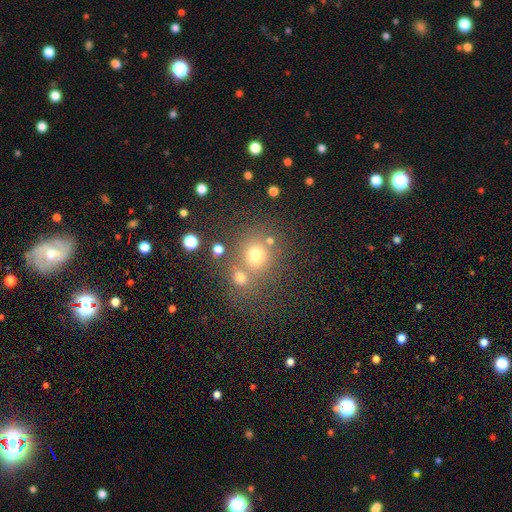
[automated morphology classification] type=smooth (68%); roundness=round (85%); merging=none (57%).